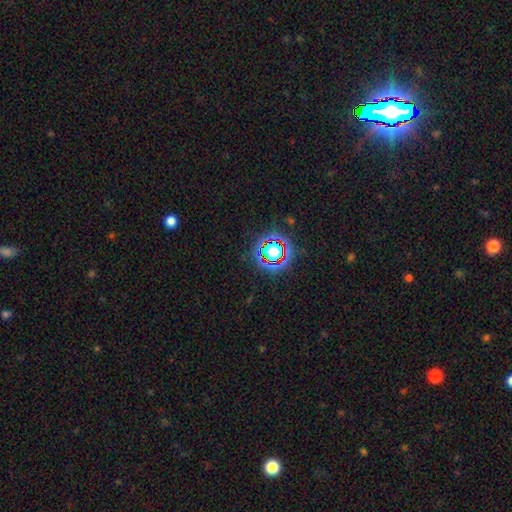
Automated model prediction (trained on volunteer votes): Smooth or featured: star or artifact — 79% (smooth — 12%)